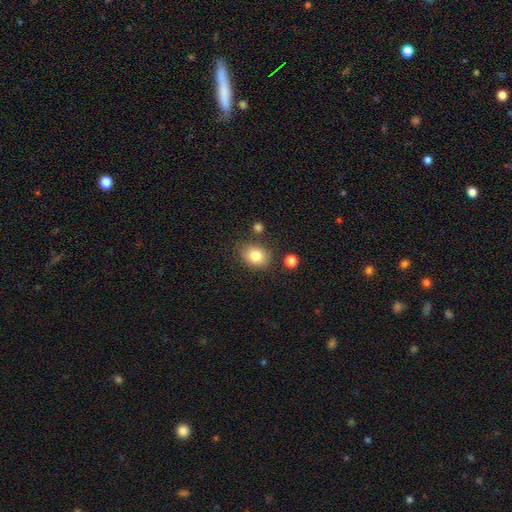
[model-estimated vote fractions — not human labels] The model was most divided on "how rounded": in between: 53%, round: 46%, cigar-shaped: 1%. More confident: smooth or featured — smooth (82%); merging — none (78%).